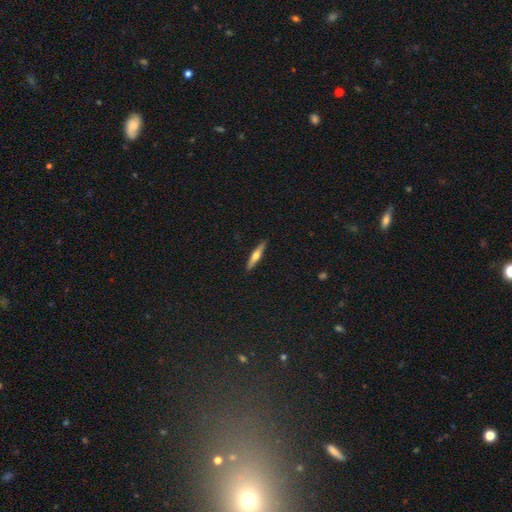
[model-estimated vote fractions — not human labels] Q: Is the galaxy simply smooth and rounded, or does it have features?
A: featured or disk — 52%.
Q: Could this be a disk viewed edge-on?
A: yes — 96%.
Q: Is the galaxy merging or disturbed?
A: none — 90%.